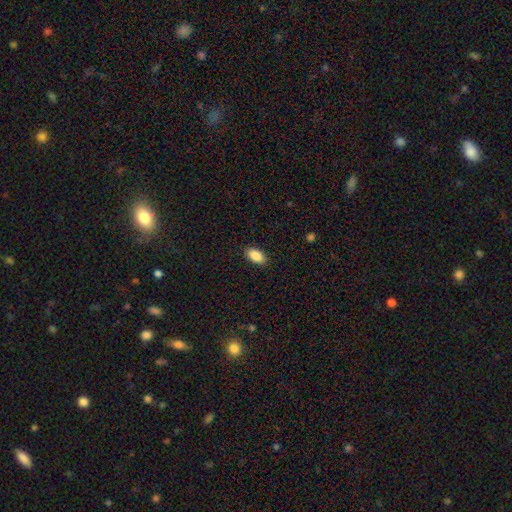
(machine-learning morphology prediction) This is clearly a smooth galaxy (89%). How rounded: clearly in between (94%). Merging: clearly none (89%).